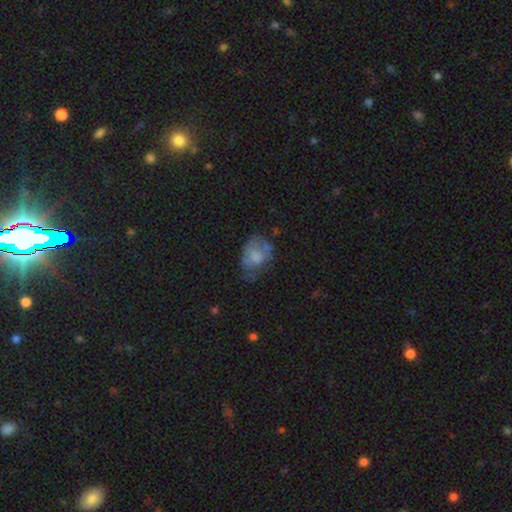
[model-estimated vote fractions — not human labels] A smooth galaxy with no disk features (57%) that is in between round and cigar-shaped (67%). Merging: none (34%).